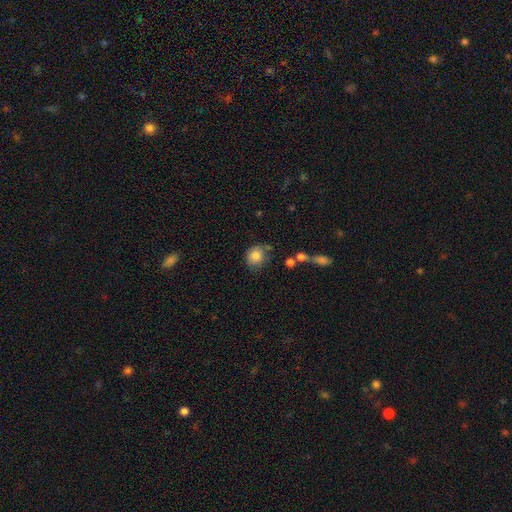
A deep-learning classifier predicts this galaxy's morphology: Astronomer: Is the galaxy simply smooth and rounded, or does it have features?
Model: smooth — 85%.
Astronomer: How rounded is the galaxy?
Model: round — 77%.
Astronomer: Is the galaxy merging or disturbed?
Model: none — 65%.